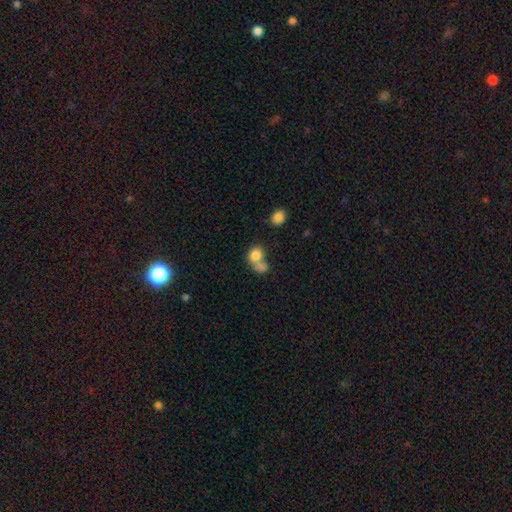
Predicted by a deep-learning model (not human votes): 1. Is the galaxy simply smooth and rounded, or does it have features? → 80% smooth, 10% featured or disk, 10% star or artifact.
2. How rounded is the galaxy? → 64% round, 35% in between, 1% cigar-shaped.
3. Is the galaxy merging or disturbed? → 55% merger, 33% none, 8% minor disturbance, 5% major disturbance.